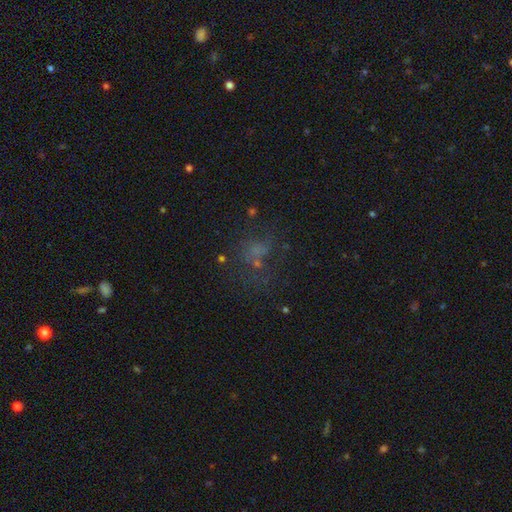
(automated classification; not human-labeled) Smooth or featured? star or artifact (38%)